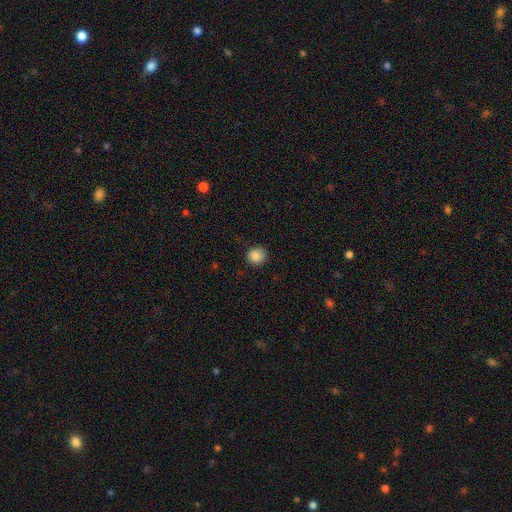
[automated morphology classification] Smooth or featured? smooth (87%)
How rounded? round (89%)
Merging? none (84%)